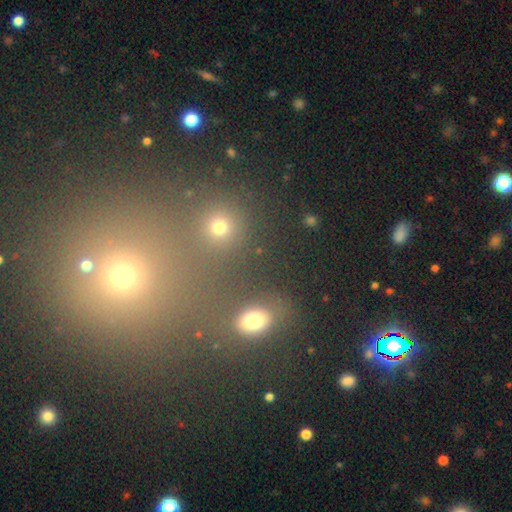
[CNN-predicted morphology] smooth_or_featured: star or artifact (p=0.47) [alt: smooth p=0.45]